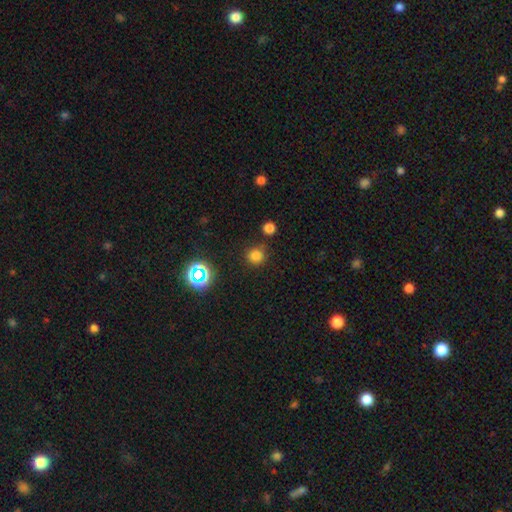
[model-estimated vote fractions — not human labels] smooth_or_featured: smooth (p=0.75) [alt: star or artifact p=0.19]
how_rounded: round (p=0.92) [alt: in between p=0.07]
merging: none (p=0.81) [alt: minor disturbance p=0.09]